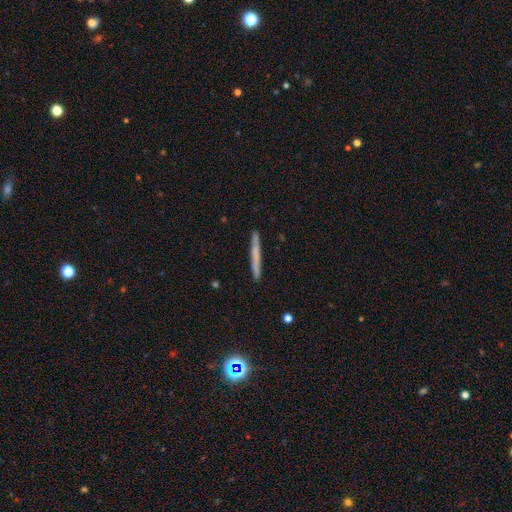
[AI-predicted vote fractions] smooth 58%, featured or disk 35%, star or artifact 7%. Down the decision tree: how rounded — cigar-shaped (97%); merging — none (92%).